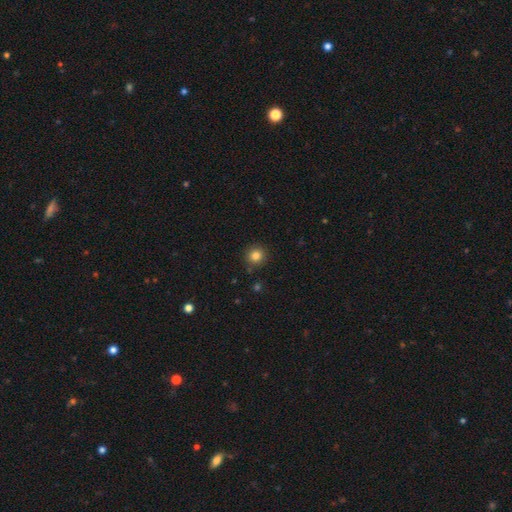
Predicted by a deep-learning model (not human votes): smooth-or-featured: smooth: 84% | star or artifact: 11% | featured or disk: 5%
  how-rounded: round: 92% | in between: 7% | cigar-shaped: 1%
  merging: none: 88% | minor disturbance: 8% | major disturbance: 2% | merger: 2%